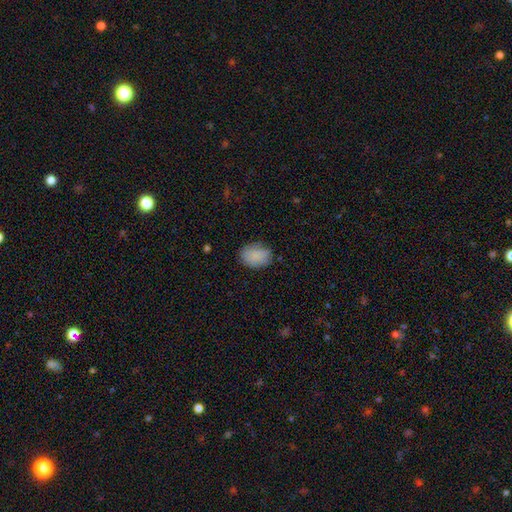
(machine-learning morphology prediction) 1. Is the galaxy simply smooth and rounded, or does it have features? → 84% smooth, 8% featured or disk, 8% star or artifact.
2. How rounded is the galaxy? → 73% in between, 26% round, 1% cigar-shaped.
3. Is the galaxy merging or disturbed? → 75% none, 19% minor disturbance, 4% major disturbance, 1% merger.